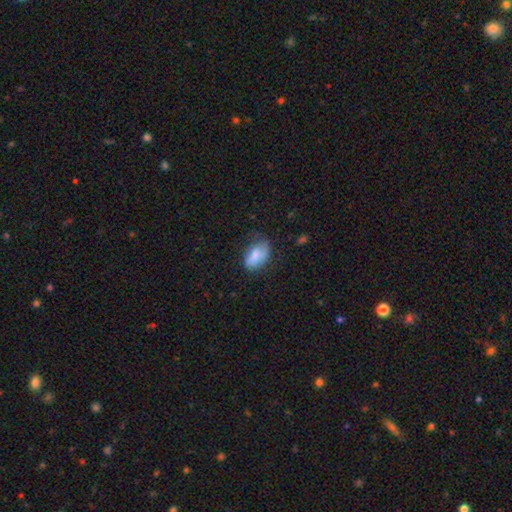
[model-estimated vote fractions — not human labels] Smooth or featured? Predicted: smooth (p=0.78). How rounded? Predicted: in between (p=0.91). Merging? Predicted: none (p=0.51).